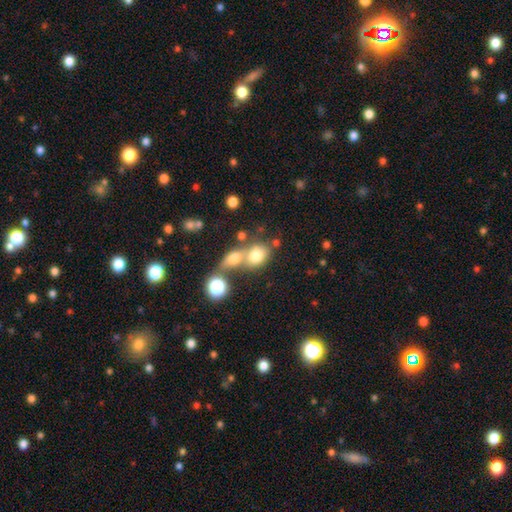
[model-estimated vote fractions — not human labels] A smooth galaxy with no disk features (73%) that is in between round and cigar-shaped (52%).

Vote fractions:
- Smooth or featured? smooth: 73% / featured or disk: 14% / star or artifact: 13%
- How rounded? in between: 52% / round: 45% / cigar-shaped: 2%
- Merging? merger: 53% / none: 33% / minor disturbance: 9% / major disturbance: 6%